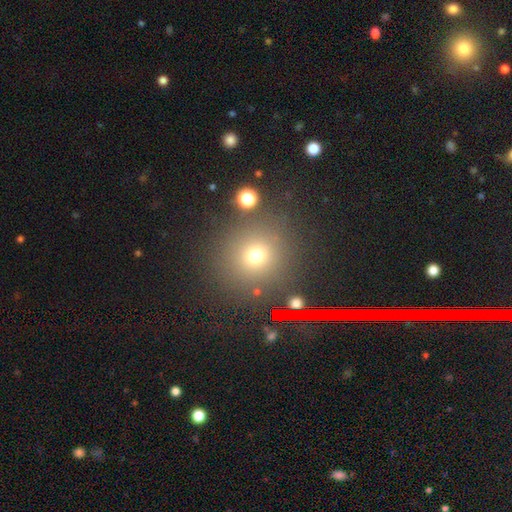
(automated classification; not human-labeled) Smooth or featured: smooth — 67% (star or artifact — 24%)
How rounded: round — 89% (in between — 10%)
Merging: none — 84% (minor disturbance — 8%)